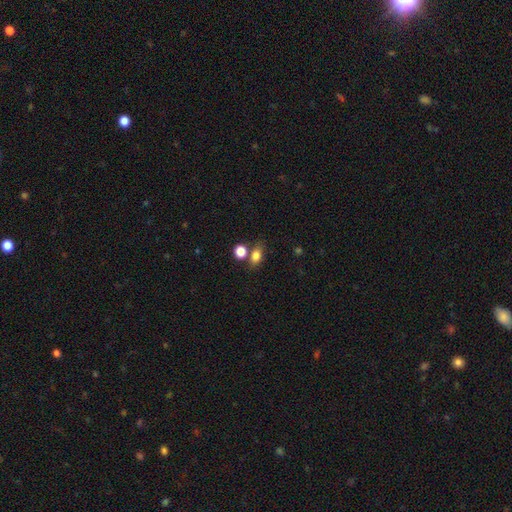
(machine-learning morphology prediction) This is clearly a smooth galaxy (80%). How rounded: likely in between (71%). Merging: likely none (60%).